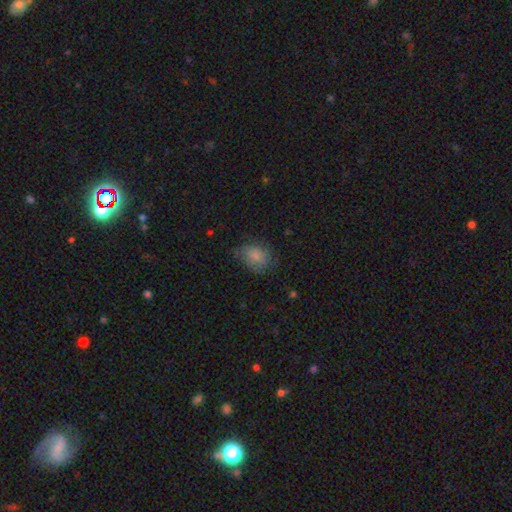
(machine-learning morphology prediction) smooth 80%, featured or disk 11%, star or artifact 9%. Down the decision tree: how rounded — in between (60%); merging — none (63%).